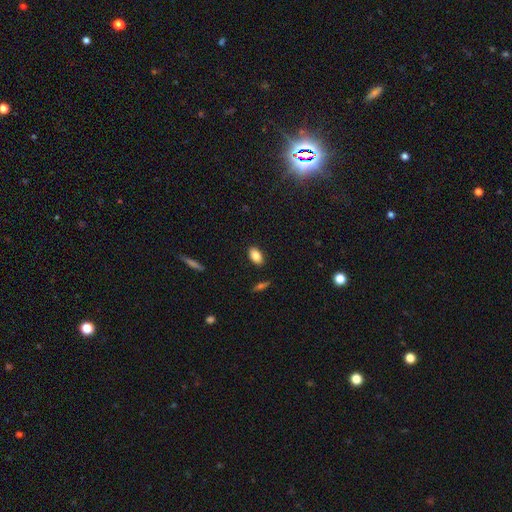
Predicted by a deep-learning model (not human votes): Smooth or featured? Predicted: smooth (p=0.85). How rounded? Predicted: in between (p=0.91). Merging? Predicted: none (p=0.88).